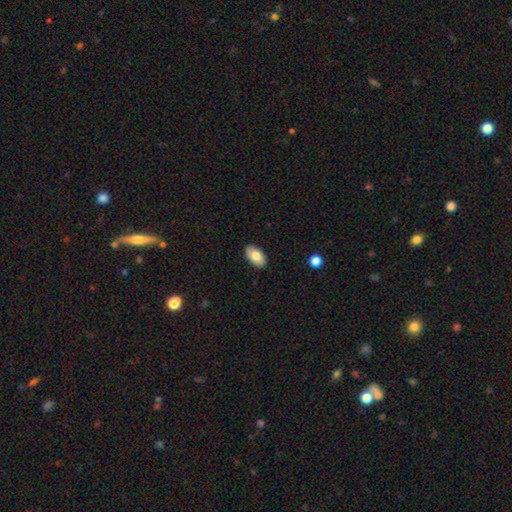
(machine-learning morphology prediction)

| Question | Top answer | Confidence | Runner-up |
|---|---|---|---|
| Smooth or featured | smooth | 80% | featured or disk (14%) |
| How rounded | in between | 94% | round (4%) |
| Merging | none | 88% | minor disturbance (9%) |